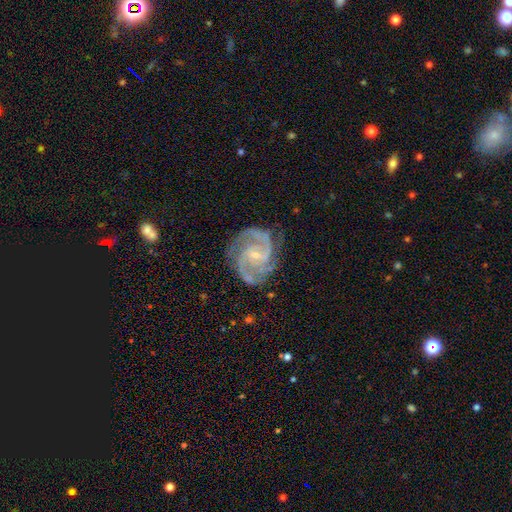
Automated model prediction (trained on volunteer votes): Smooth or featured: featured or disk — 92% (star or artifact — 4%)
Edge-on disk: no — 98% (yes — 2%)
Bar: no — 43% (tied with weak — 43%)
Spiral arms: yes — 98% (no — 2%)
Spiral winding: medium — 51% (tight — 41%)
Spiral arm count: 2 — 49% (3 — 29%)
Bulge size: small — 81% (moderate — 15%)
Merging: none — 74% (minor disturbance — 18%)